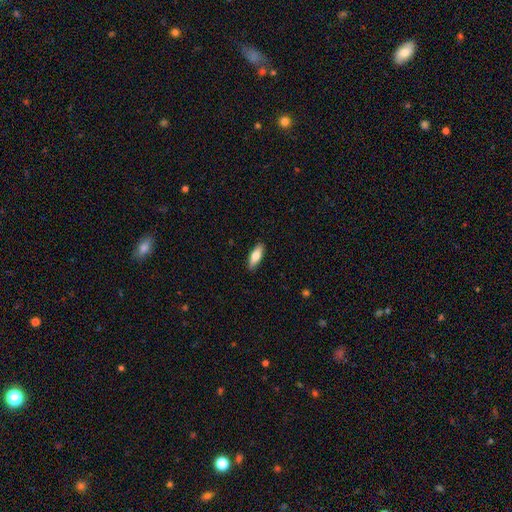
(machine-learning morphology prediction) This appears to be a smooth galaxy with no disk features (73%) that is in between round and cigar-shaped (65%). Merging: none (89%).